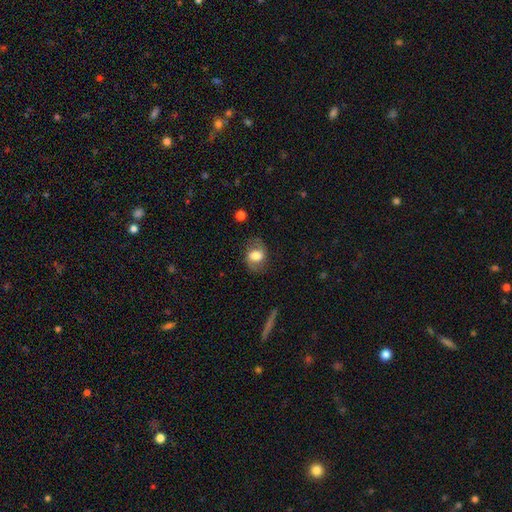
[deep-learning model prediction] smooth 47%, featured or disk 45%, star or artifact 8%. Down the decision tree: merging — none (72%).